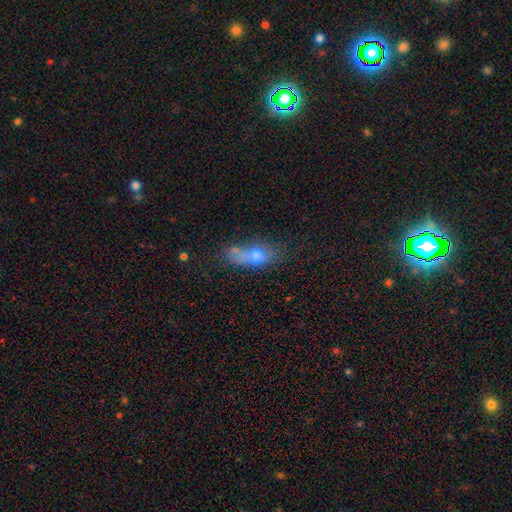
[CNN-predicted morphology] Q: Smooth or featured?
A: smooth (60%); runner-up: featured or disk (26%)
Q: How rounded?
A: in between (72%); runner-up: cigar-shaped (16%)
Q: Merging?
A: none (31%); runner-up: major disturbance (29%)